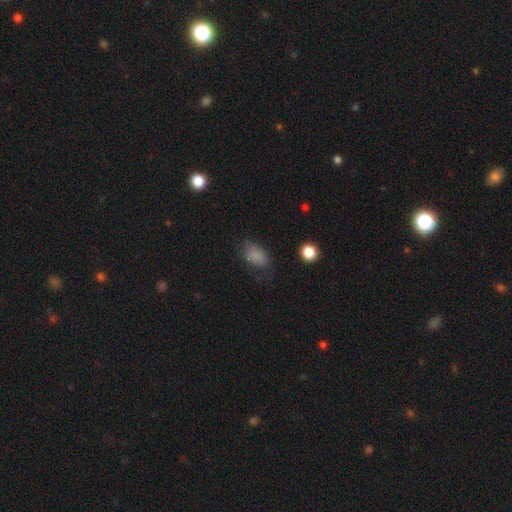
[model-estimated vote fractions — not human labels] This is clearly a smooth galaxy (81%). How rounded: clearly in between (86%). Merging: possibly none (60%).